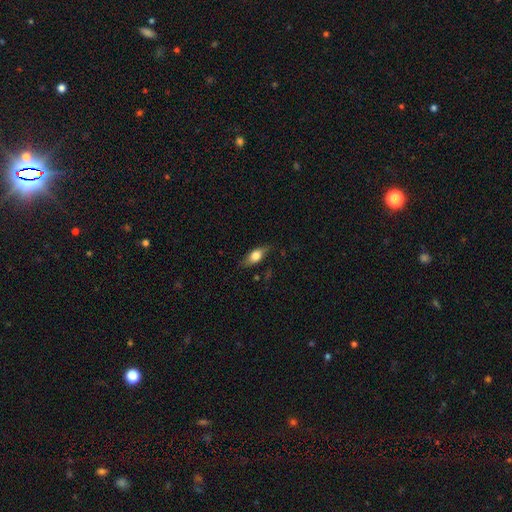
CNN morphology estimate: Smooth or featured? Predicted: smooth (p=0.66). How rounded? Predicted: in between (p=0.76). Merging? Predicted: none (p=0.75).